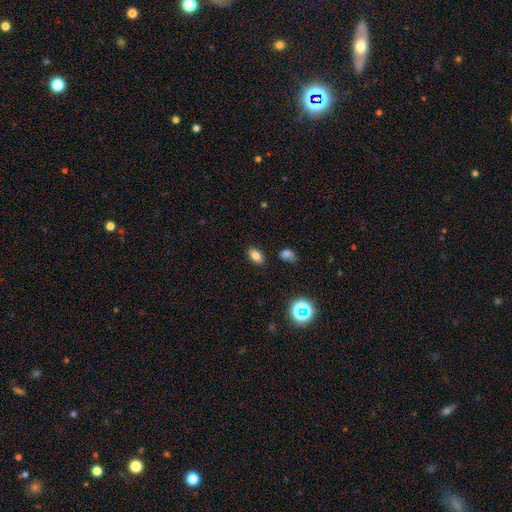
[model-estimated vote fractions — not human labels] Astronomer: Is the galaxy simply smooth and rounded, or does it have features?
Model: smooth — 79%.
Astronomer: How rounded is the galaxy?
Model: in between — 88%.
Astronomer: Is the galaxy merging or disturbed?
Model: none — 85%.